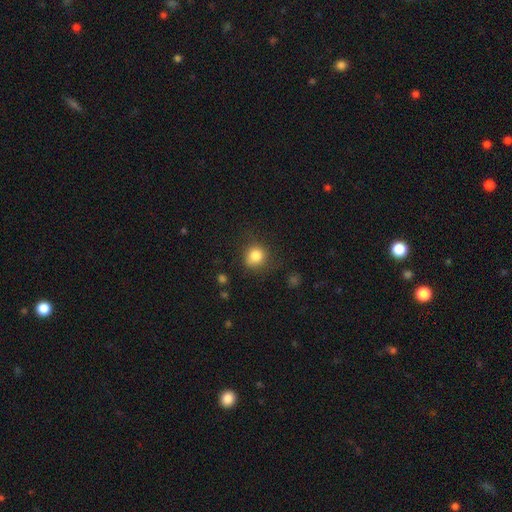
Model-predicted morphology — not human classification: Smooth or featured? smooth (82%)
How rounded? round (85%)
Merging? none (74%)